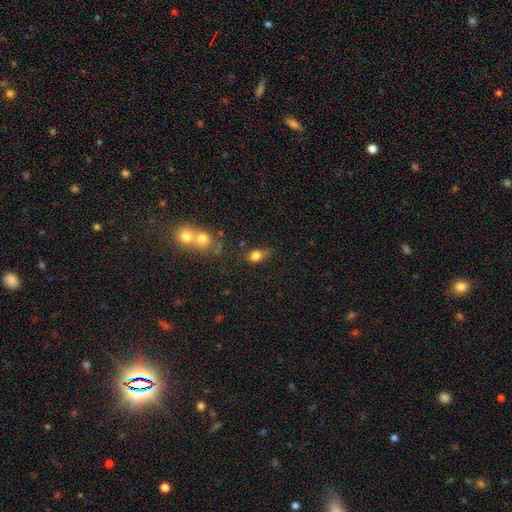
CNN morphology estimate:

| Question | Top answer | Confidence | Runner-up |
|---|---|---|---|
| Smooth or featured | smooth | 79% | star or artifact (11%) |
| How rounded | in between | 64% | round (32%) |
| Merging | none | 48% | minor disturbance (27%) |